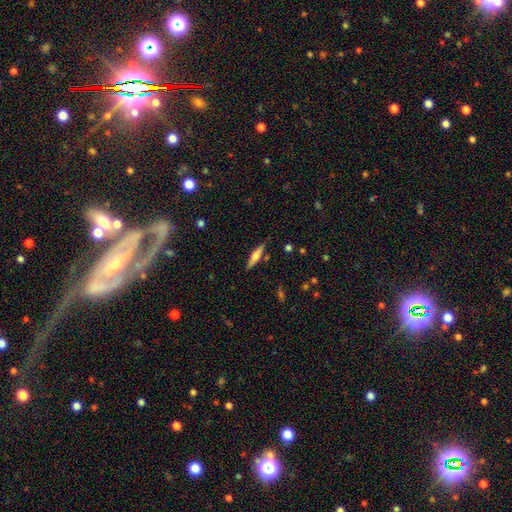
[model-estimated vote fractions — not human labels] This appears to be a featured or disk galaxy (47%). Merging: none (84%).